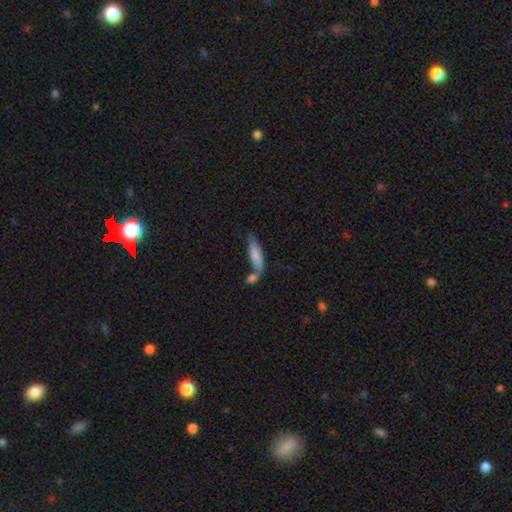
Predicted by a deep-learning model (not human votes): Q: Smooth or featured?
A: smooth (78%); runner-up: featured or disk (16%)
Q: How rounded?
A: cigar-shaped (55%); runner-up: in between (43%)
Q: Merging?
A: none (43%); runner-up: merger (36%)